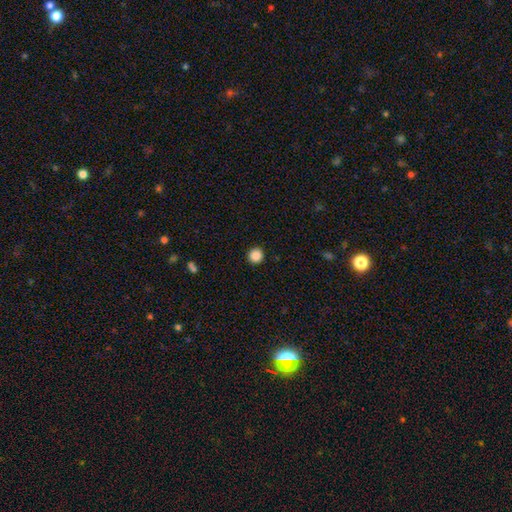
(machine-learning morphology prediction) A smooth galaxy with no disk features (88%) that is round (94%).

Vote fractions:
- Smooth or featured? smooth: 88% / star or artifact: 9% / featured or disk: 3%
- How rounded? round: 94% / in between: 5% / cigar-shaped: 1%
- Merging? none: 92% / minor disturbance: 5% / major disturbance: 2% / merger: 1%